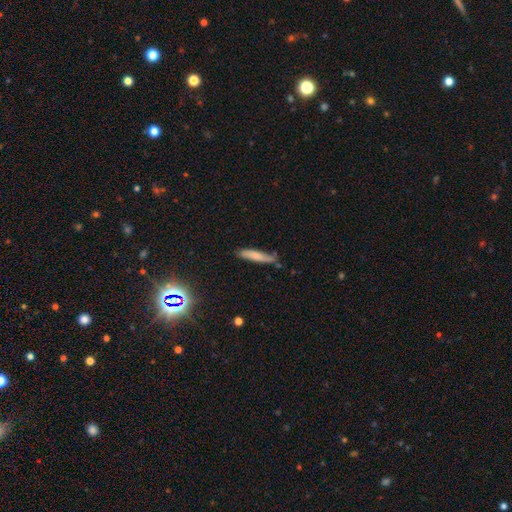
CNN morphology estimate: A smooth galaxy with no disk features (69%) that is cigar-shaped (87%). Merging: none (69%).